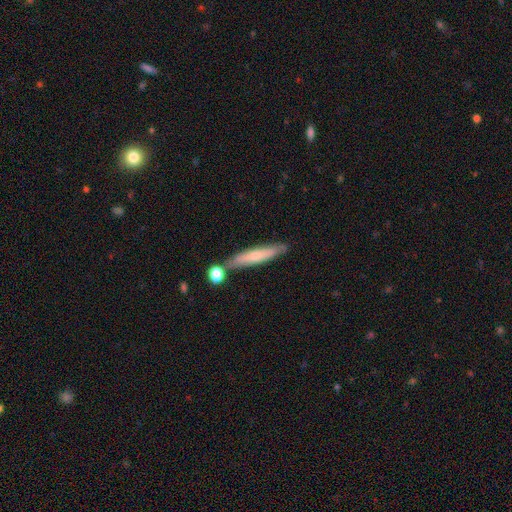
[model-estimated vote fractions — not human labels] smooth-or-featured: smooth: 57% | featured or disk: 36% | star or artifact: 6%
  how-rounded: cigar-shaped: 90% | in between: 9% | round: 2%
  merging: none: 73% | minor disturbance: 14% | merger: 10% | major disturbance: 3%